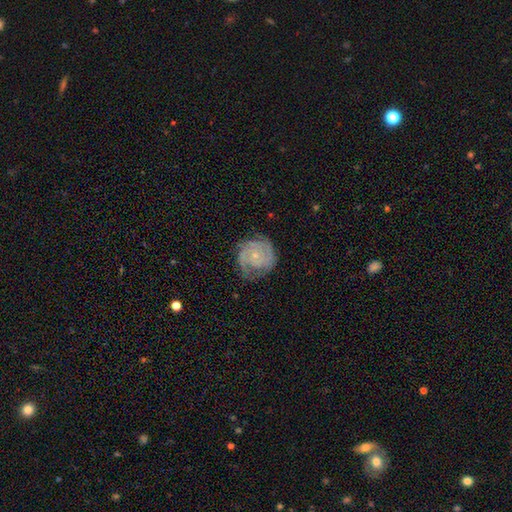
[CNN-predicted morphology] Smooth or featured? Predicted: featured or disk (p=0.79). Edge-on disk? Predicted: no (p=0.98). Bar? Predicted: no (p=0.78). Spiral arms? Predicted: yes (p=0.94). Spiral winding? Predicted: tight (p=0.60). Spiral arm count? Predicted: 2 (p=0.40). Bulge size? Predicted: small (p=0.78). Merging? Predicted: none (p=0.70).